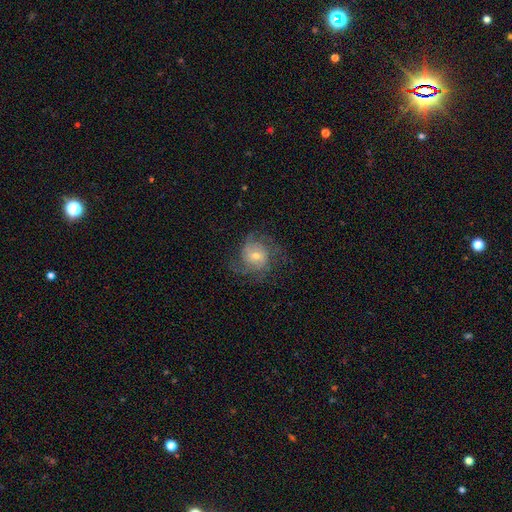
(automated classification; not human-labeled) Morphology: type=featured or disk (67%); edge-on=no (97%); bar=no (66%); spiral arms=yes (88%); winding=medium (46%); arm count=2 (38%); bulge=small (47%); merging=none (62%).